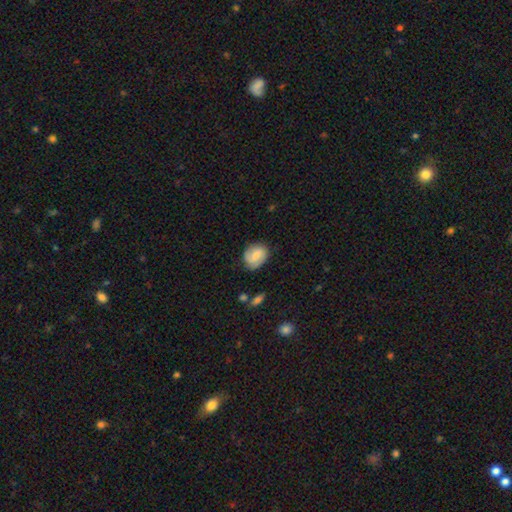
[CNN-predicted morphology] This is possibly a smooth galaxy (48%). Merging: likely none (73%).